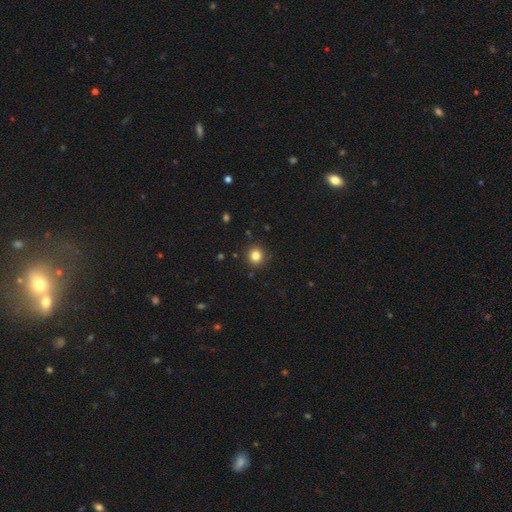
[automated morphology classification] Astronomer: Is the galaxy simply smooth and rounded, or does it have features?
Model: smooth — 82%.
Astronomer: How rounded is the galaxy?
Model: round — 94%.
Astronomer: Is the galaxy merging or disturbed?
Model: none — 91%.